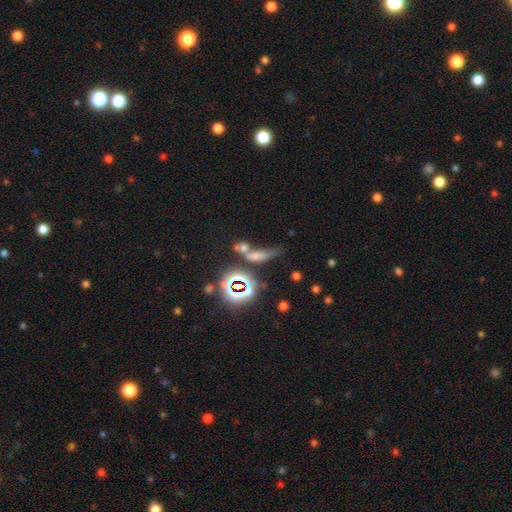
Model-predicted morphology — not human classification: A smooth galaxy with no disk features (49%). Merging: merger (40%).